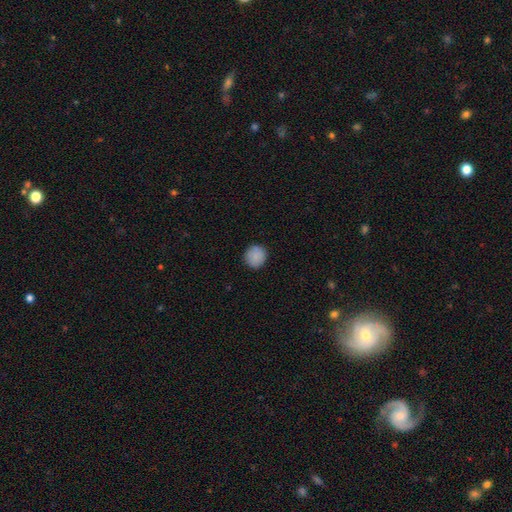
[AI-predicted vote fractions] smooth 88%, star or artifact 8%, featured or disk 4%. Down the decision tree: how rounded — round (90%); merging — none (90%).